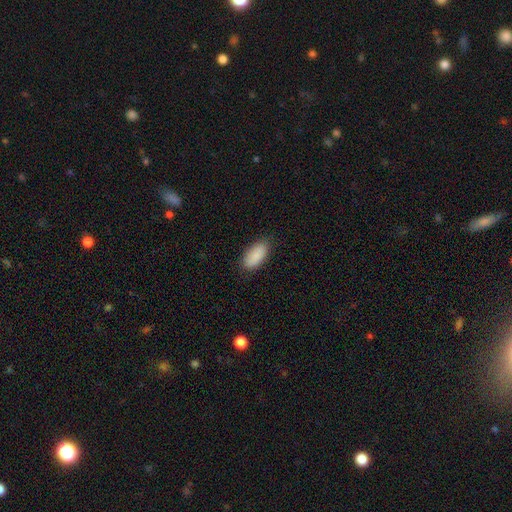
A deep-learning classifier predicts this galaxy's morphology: Smooth or featured? Predicted: smooth (p=0.90). How rounded? Predicted: in between (p=0.92). Merging? Predicted: none (p=0.85).